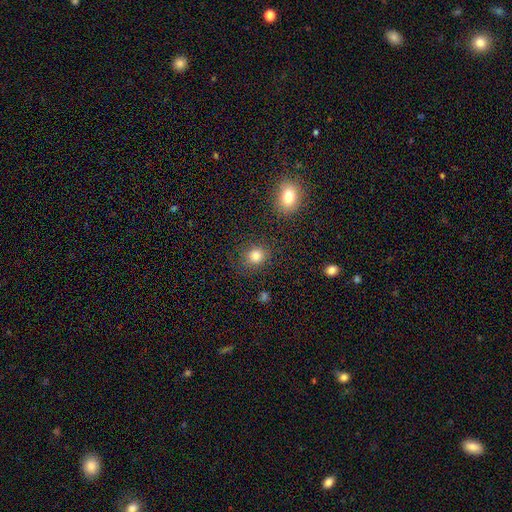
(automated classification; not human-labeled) The model was most divided on "how rounded": round: 76%, in between: 23%, cigar-shaped: 1%. More confident: merging — none (82%); smooth or featured — smooth (81%).